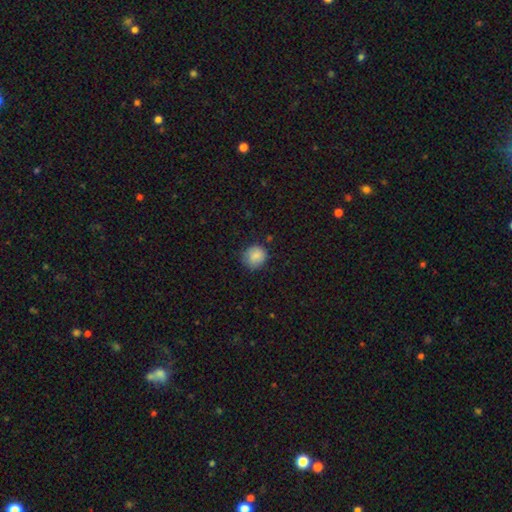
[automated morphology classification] A smooth galaxy with no disk features (85%) that is round (85%).

Vote fractions:
- Smooth or featured? smooth: 85% / star or artifact: 8% / featured or disk: 7%
- How rounded? round: 85% / in between: 14% / cigar-shaped: 1%
- Merging? none: 76% / minor disturbance: 19% / major disturbance: 4% / merger: 1%